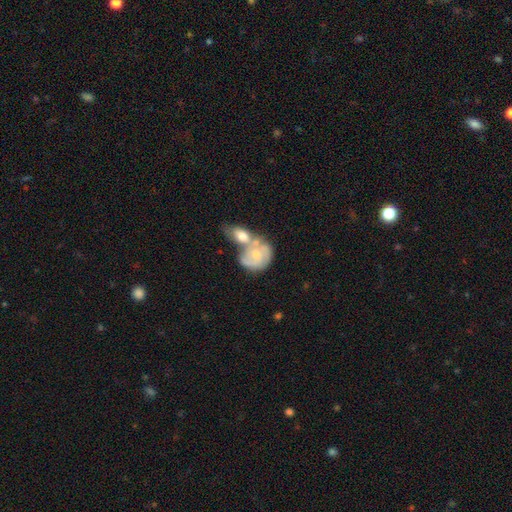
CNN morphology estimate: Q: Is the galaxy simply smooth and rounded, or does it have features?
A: featured or disk — 56%.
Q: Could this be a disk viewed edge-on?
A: no — 97%.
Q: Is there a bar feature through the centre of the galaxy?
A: no — 77%.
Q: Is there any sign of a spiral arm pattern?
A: yes — 66%.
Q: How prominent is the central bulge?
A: small — 46%.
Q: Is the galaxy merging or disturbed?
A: merger — 60%.